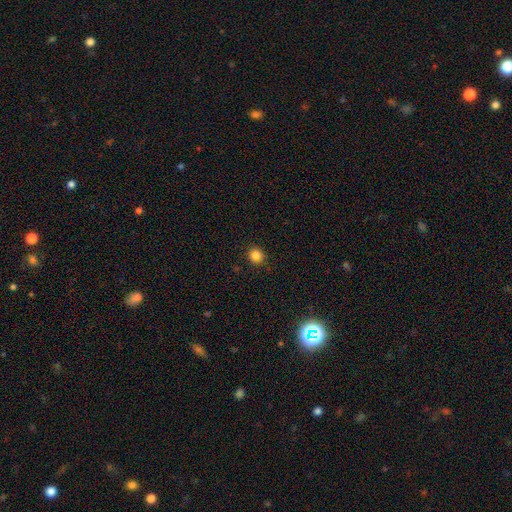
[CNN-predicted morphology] This is clearly a smooth galaxy (83%). How rounded: clearly round (91%). Merging: clearly none (92%).